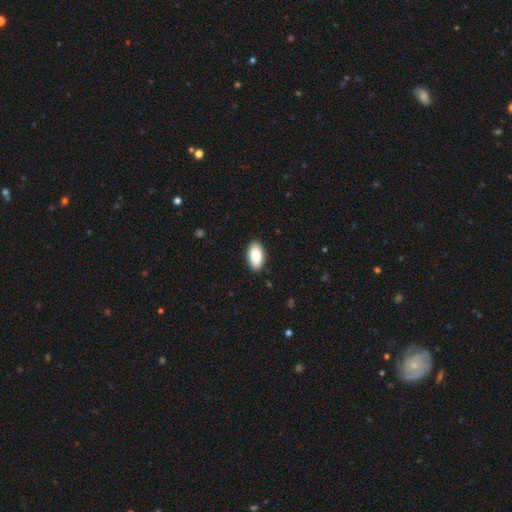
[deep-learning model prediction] The model was most divided on "smooth or featured": smooth: 85%, featured or disk: 9%, star or artifact: 6%. More confident: how rounded — in between (95%); merging — none (89%).